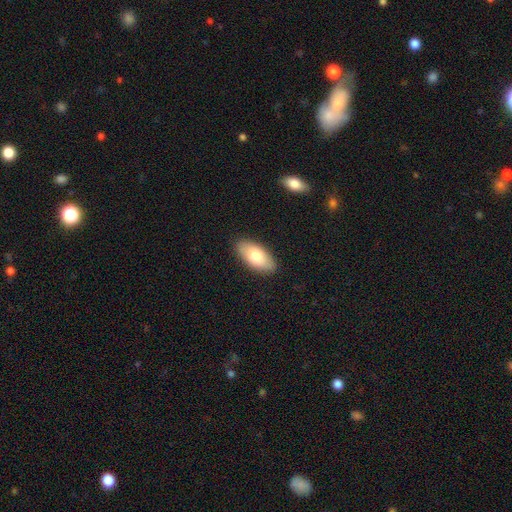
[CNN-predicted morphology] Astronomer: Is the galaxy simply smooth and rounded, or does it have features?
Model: smooth — 77%.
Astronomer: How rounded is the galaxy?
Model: in between — 92%.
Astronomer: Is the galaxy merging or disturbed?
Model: none — 88%.